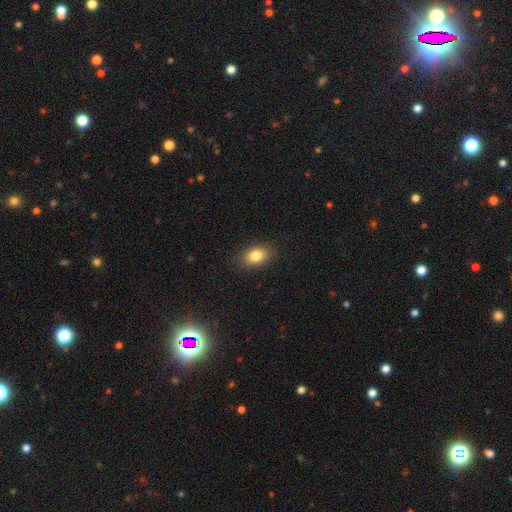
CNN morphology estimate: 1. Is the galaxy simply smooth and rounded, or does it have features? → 82% smooth, 9% star or artifact, 9% featured or disk.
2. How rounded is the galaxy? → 82% in between, 16% round, 2% cigar-shaped.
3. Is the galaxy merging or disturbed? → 87% none, 10% minor disturbance, 3% major disturbance, 1% merger.